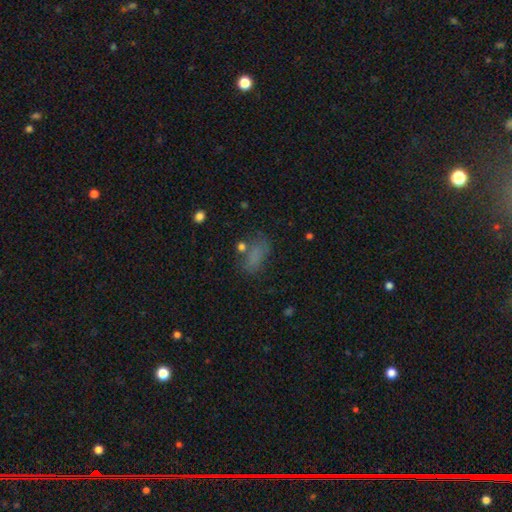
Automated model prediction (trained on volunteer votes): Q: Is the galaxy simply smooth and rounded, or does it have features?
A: smooth — 68%.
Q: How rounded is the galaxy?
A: in between — 81%.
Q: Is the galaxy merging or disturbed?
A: none — 56%.